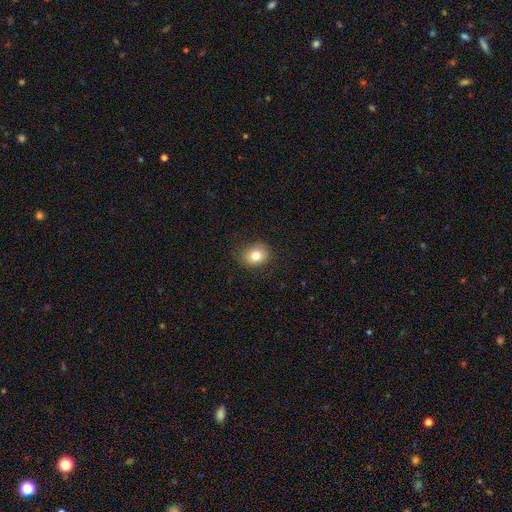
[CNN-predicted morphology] This is clearly a smooth galaxy (81%). How rounded: likely round (60%). Merging: clearly none (81%).